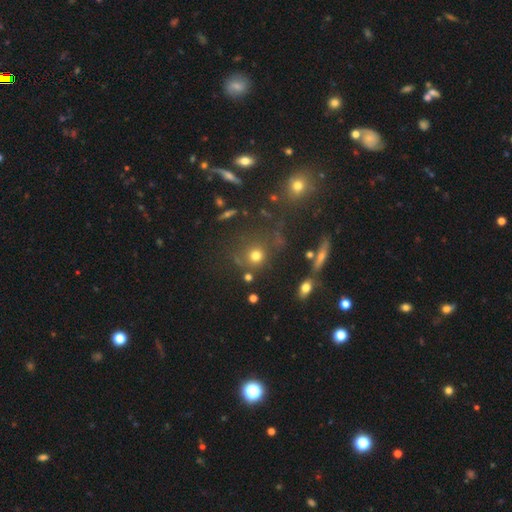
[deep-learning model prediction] This appears to be a smooth galaxy with no disk features (69%) that is round (88%). Merging: none (71%).